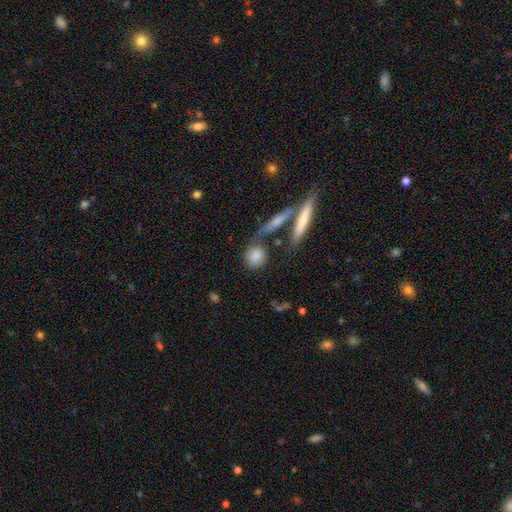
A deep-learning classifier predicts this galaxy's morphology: Smooth or featured?
  - smooth: 80% *
  - featured or disk: 12%
  - star or artifact: 8%
How rounded?
  - round: 65% *
  - in between: 27%
  - cigar-shaped: 8%
Merging?
  - none: 57% *
  - merger: 20%
  - minor disturbance: 15%
  - major disturbance: 8%